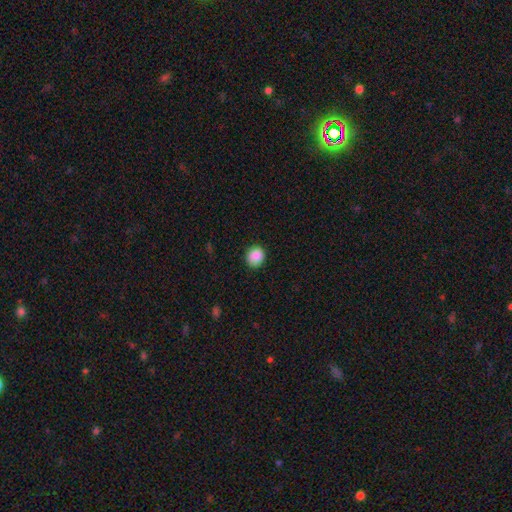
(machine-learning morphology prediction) Smooth or featured: smooth — 88% (star or artifact — 8%)
How rounded: round — 83% (in between — 16%)
Merging: none — 88% (minor disturbance — 9%)